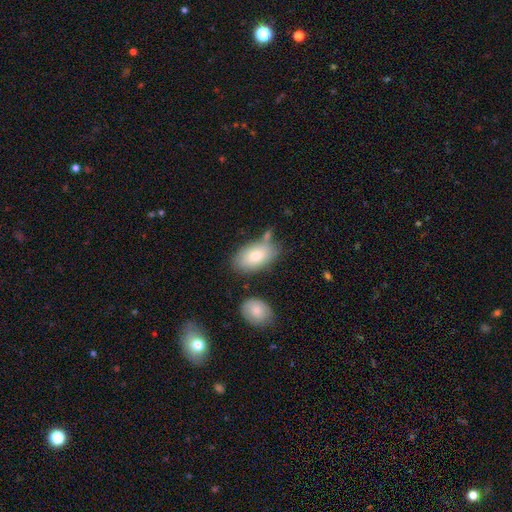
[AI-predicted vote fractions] Overall: smooth (78%). How rounded: in between (93%). Merging: none (67%).